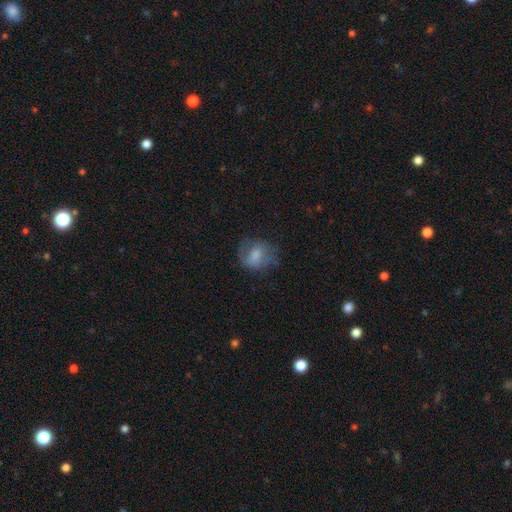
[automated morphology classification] Smooth or featured?
  - smooth: 57% *
  - featured or disk: 35%
  - star or artifact: 9%
How rounded?
  - round: 60% *
  - in between: 39%
  - cigar-shaped: 1%
Merging?
  - none: 58% *
  - minor disturbance: 24%
  - major disturbance: 17%
  - merger: 2%